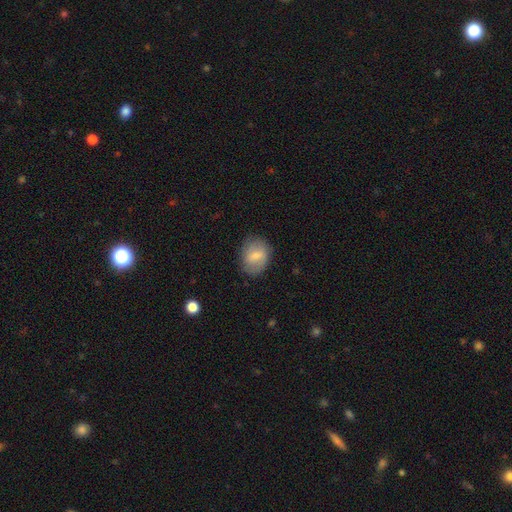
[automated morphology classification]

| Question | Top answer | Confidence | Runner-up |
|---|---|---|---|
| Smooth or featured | smooth | 64% | featured or disk (28%) |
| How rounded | in between | 54% | round (45%) |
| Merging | none | 78% | minor disturbance (16%) |